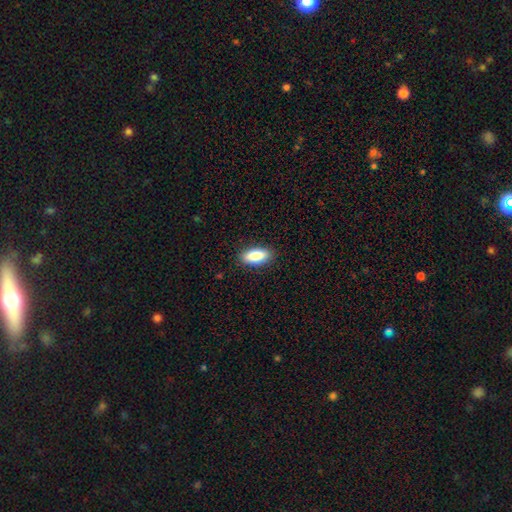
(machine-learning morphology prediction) A smooth galaxy with no disk features (86%) that is in between round and cigar-shaped (84%).

Vote fractions:
- Smooth or featured? smooth: 86% / featured or disk: 7% / star or artifact: 7%
- How rounded? in between: 84% / cigar-shaped: 13% / round: 2%
- Merging? none: 88% / minor disturbance: 9% / major disturbance: 2% / merger: 1%